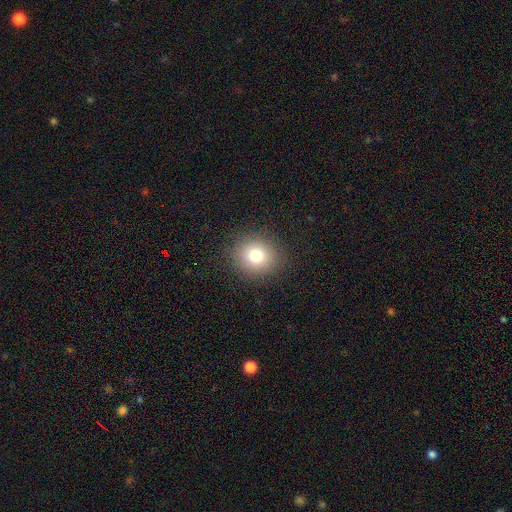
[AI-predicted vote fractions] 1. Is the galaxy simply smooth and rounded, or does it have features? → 78% smooth, 13% star or artifact, 10% featured or disk.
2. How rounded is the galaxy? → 84% round, 15% in between, 1% cigar-shaped.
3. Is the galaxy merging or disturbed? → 89% none, 7% minor disturbance, 3% major disturbance, 1% merger.